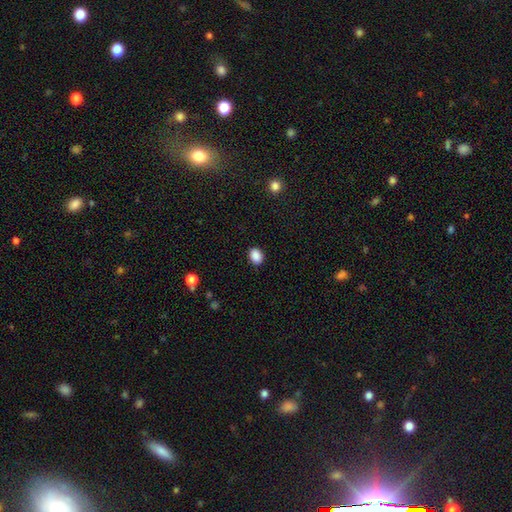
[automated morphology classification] Smooth or featured: smooth — 89% (star or artifact — 9%)
How rounded: in between — 62% (round — 38%)
Merging: none — 89% (minor disturbance — 8%)